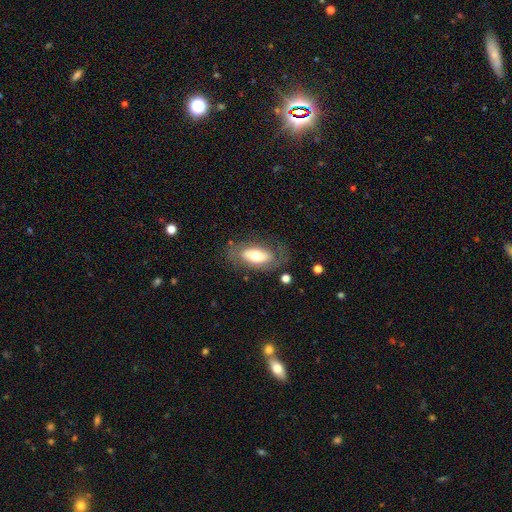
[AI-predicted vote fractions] smooth-or-featured: smooth: 54% | featured or disk: 39% | star or artifact: 7%
  how-rounded: in between: 88% | cigar-shaped: 8% | round: 4%
  merging: none: 68% | minor disturbance: 19% | major disturbance: 11% | merger: 3%